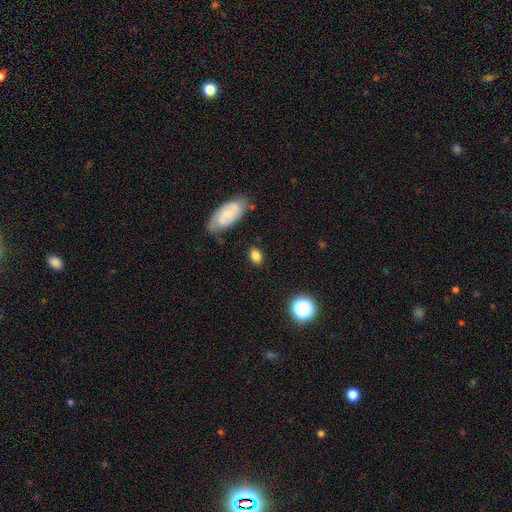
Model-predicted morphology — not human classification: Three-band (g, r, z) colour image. It shows a smooth galaxy with no disk features (76%) that is in between round and cigar-shaped (81%). Merging: none (77%).